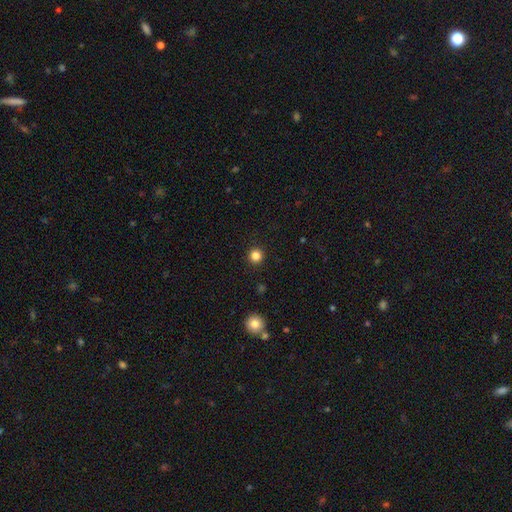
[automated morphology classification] A smooth galaxy with no disk features (83%) that is round (95%).

Vote fractions:
- Smooth or featured? smooth: 83% / star or artifact: 13% / featured or disk: 4%
- How rounded? round: 95% / in between: 4% / cigar-shaped: 1%
- Merging? none: 93% / minor disturbance: 5% / major disturbance: 2% / merger: 1%